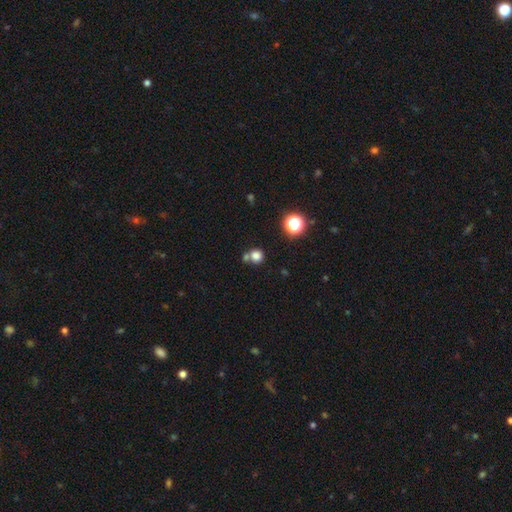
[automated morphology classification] This appears to be a smooth galaxy with no disk features (78%) that is round (89%). Merging: none (58%).